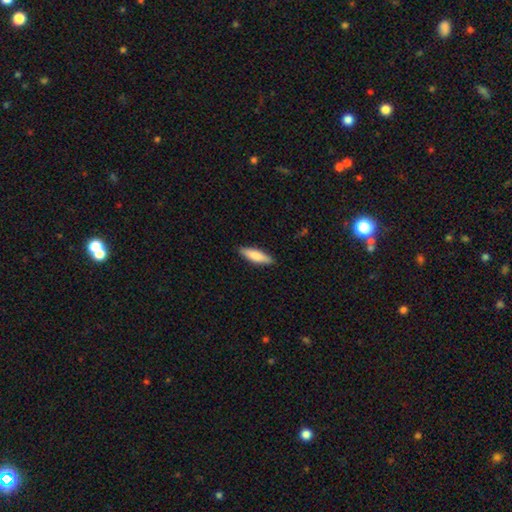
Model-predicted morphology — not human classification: smooth_or_featured: smooth (p=0.78) [alt: featured or disk p=0.16]
how_rounded: cigar-shaped (p=0.62) [alt: in between p=0.36]
merging: none (p=0.89) [alt: minor disturbance p=0.08]